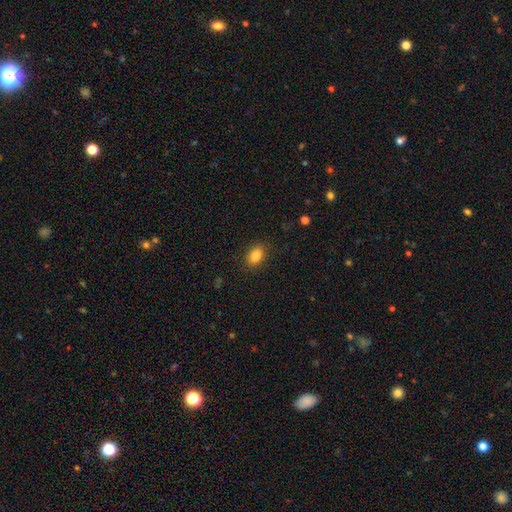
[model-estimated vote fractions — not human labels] This appears to be a smooth galaxy with no disk features (85%) that is in between round and cigar-shaped (78%). Merging: none (86%).